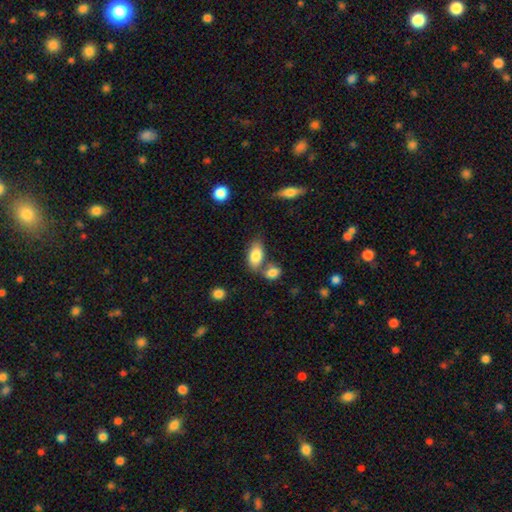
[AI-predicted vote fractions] A smooth galaxy with no disk features (82%) that is in between round and cigar-shaped (91%).

Vote fractions:
- Smooth or featured? smooth: 82% / featured or disk: 11% / star or artifact: 7%
- How rounded? in between: 91% / round: 5% / cigar-shaped: 4%
- Merging? none: 54% / merger: 28% / minor disturbance: 14% / major disturbance: 4%